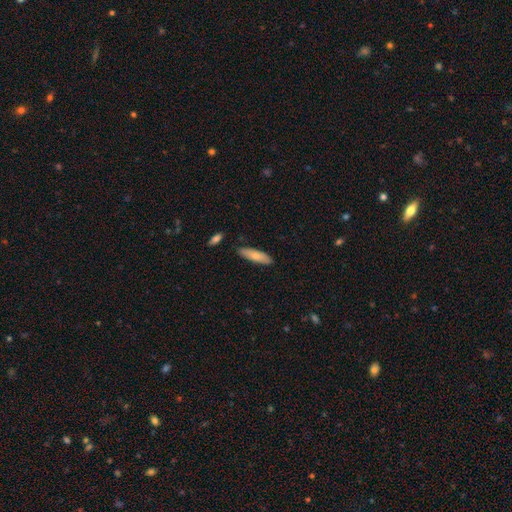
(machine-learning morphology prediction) Smooth or featured? smooth (76%)
How rounded? cigar-shaped (59%)
Merging? none (85%)